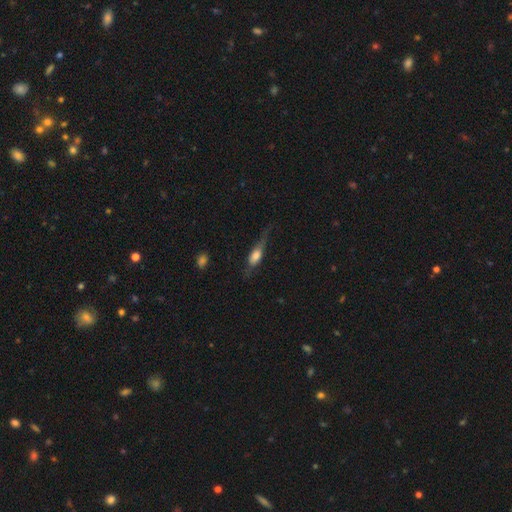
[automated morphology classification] smooth 53%, featured or disk 39%, star or artifact 8%. Down the decision tree: how rounded — in between (55%); merging — none (50%).